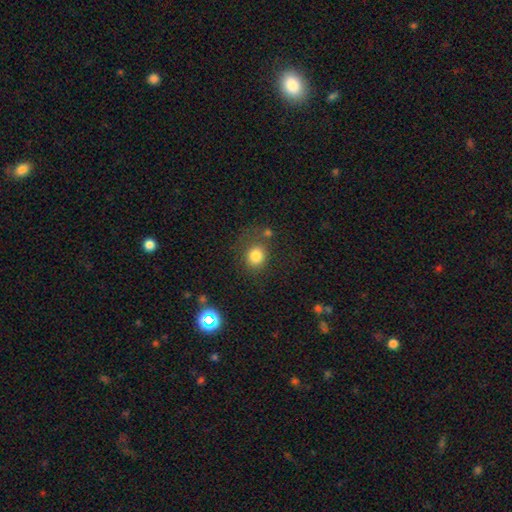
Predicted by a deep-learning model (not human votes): A smooth galaxy with no disk features (80%) that is round (75%). Merging: none (68%).